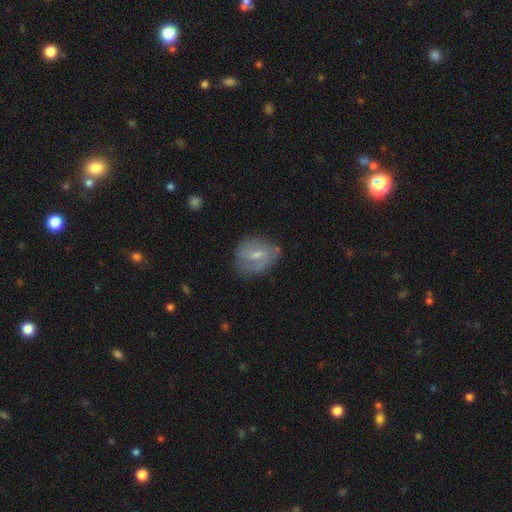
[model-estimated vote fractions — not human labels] This is possibly a featured or disk galaxy (51%). It is clearly not viewed edge-on (95%). Merging: likely none (65%).